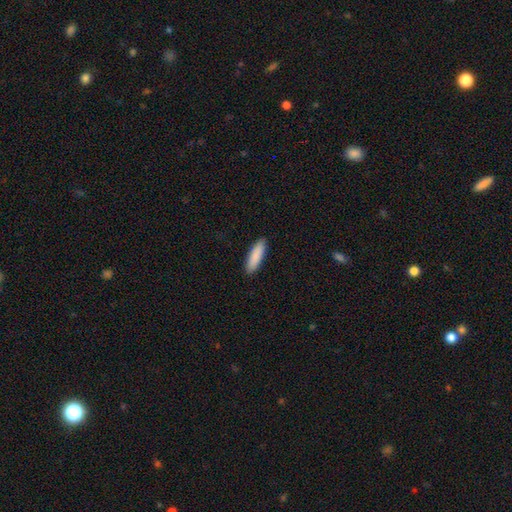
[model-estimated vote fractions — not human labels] This is clearly a smooth galaxy (89%). How rounded: possibly cigar-shaped (58%). Merging: clearly none (90%).